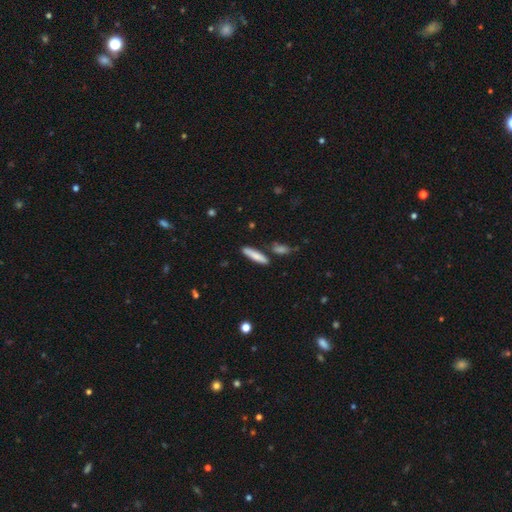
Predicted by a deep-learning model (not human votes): A smooth galaxy with no disk features (80%) that is cigar-shaped (81%).

Vote fractions:
- Smooth or featured? smooth: 80% / featured or disk: 14% / star or artifact: 6%
- How rounded? cigar-shaped: 81% / in between: 17% / round: 2%
- Merging? none: 80% / minor disturbance: 11% / merger: 6% / major disturbance: 2%